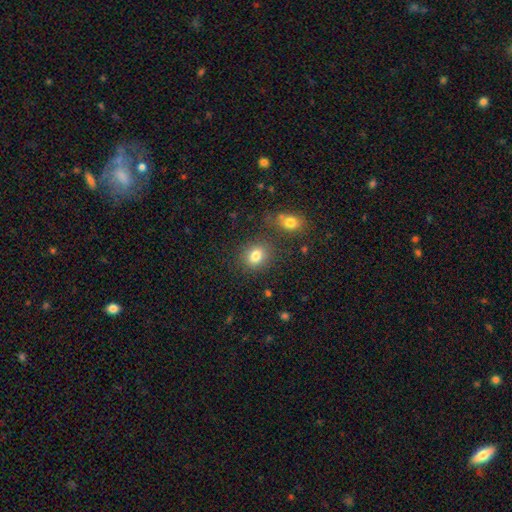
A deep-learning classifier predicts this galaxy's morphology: This appears to be a smooth galaxy with no disk features (82%) that is round (53%). Merging: none (77%).